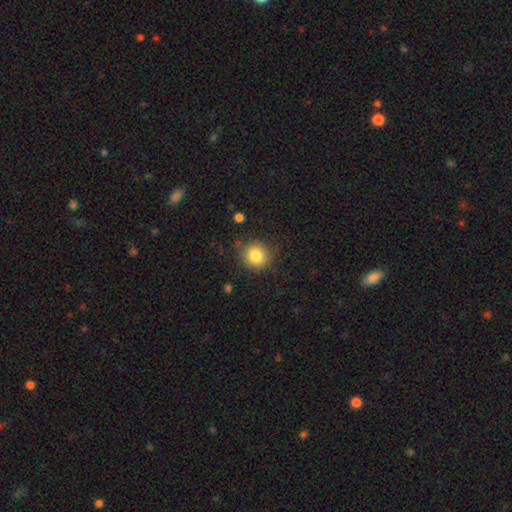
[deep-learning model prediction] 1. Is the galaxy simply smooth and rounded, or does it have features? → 83% smooth, 10% star or artifact, 7% featured or disk.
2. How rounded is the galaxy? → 91% round, 9% in between, 1% cigar-shaped.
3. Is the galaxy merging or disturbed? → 84% none, 11% minor disturbance, 3% major disturbance, 2% merger.